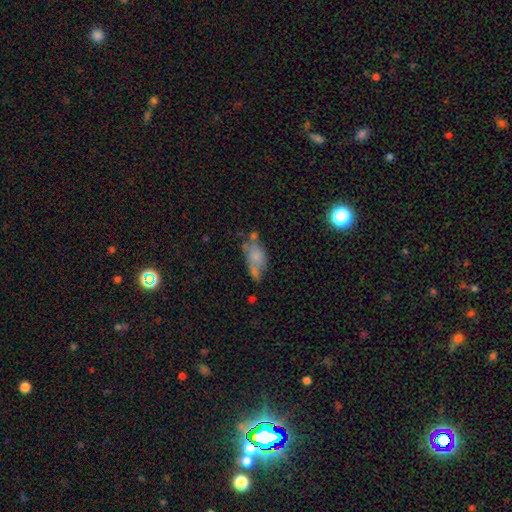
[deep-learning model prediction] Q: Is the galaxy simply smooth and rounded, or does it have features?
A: smooth — 63%.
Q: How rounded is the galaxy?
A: in between — 87%.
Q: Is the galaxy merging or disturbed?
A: none — 31%.